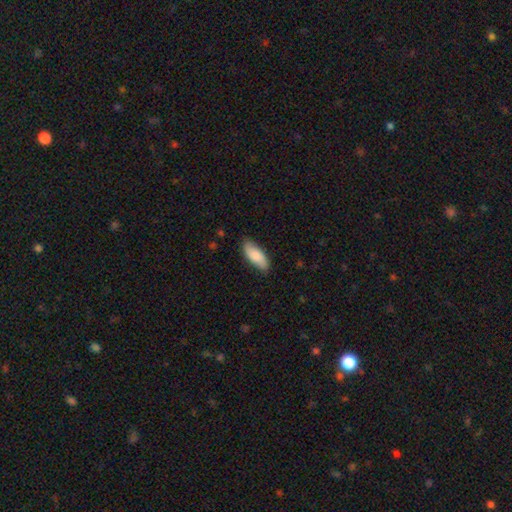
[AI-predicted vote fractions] This is clearly a smooth galaxy (82%). How rounded: likely in between (77%). Merging: clearly none (83%).